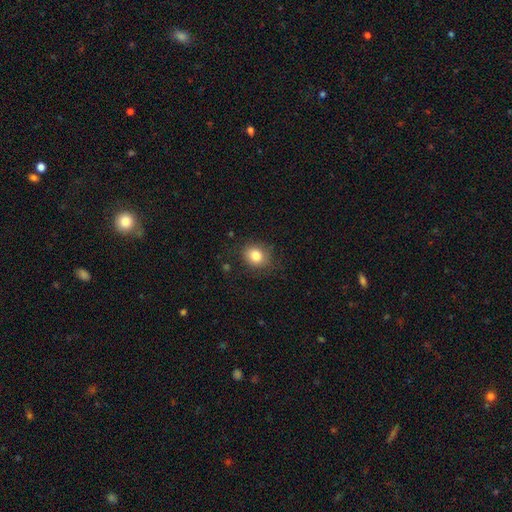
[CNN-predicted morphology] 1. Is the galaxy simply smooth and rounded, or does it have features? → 82% smooth, 11% star or artifact, 8% featured or disk.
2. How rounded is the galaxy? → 70% round, 29% in between, 1% cigar-shaped.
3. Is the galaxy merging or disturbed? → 81% none, 13% minor disturbance, 4% major disturbance, 1% merger.